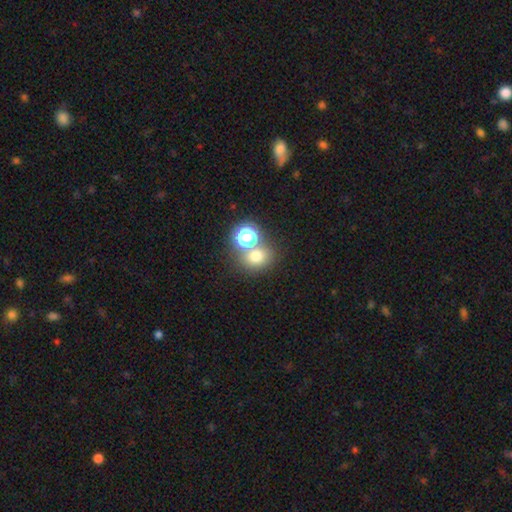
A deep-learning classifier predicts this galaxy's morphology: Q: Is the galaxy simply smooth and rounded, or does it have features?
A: smooth — 69%.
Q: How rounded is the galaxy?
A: round — 71%.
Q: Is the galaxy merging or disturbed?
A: none — 58%.